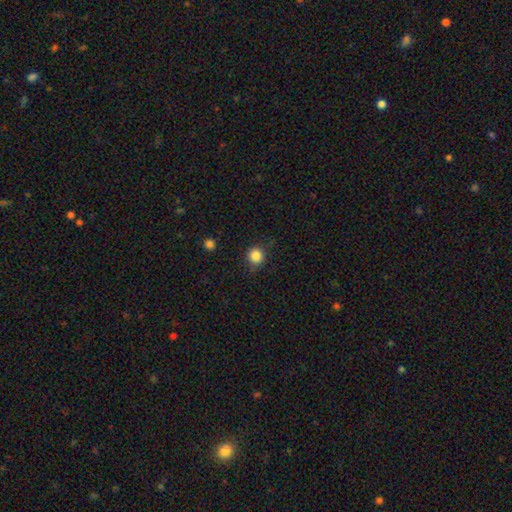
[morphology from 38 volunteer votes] Overall: smooth (89%). How rounded: round (100%). Merging: none (82%).